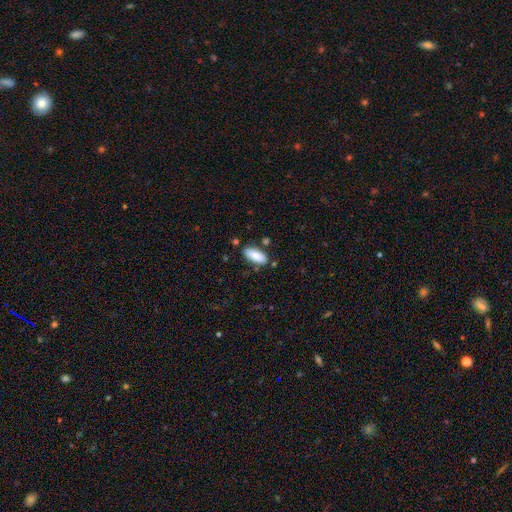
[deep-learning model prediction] smooth 88%, star or artifact 6%, featured or disk 6%. Down the decision tree: how rounded — in between (84%); merging — none (81%).